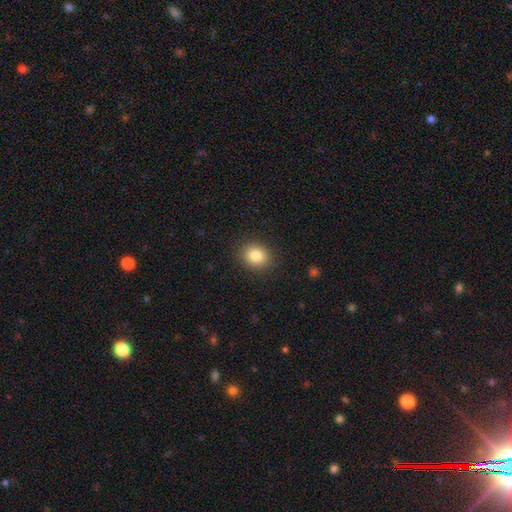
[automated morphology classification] Smooth or featured? Predicted: smooth (p=0.84). How rounded? Predicted: round (p=0.71). Merging? Predicted: none (p=0.89).